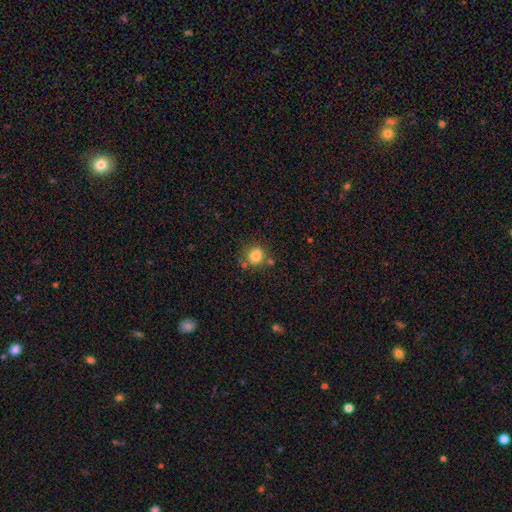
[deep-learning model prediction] This appears to be a smooth galaxy with no disk features (84%) that is round (87%). Merging: none (75%).